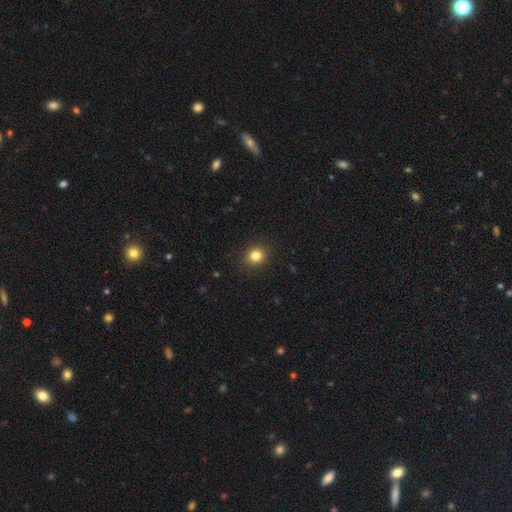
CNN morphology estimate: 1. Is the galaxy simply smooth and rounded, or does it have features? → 82% smooth, 12% star or artifact, 6% featured or disk.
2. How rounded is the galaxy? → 77% round, 22% in between, 1% cigar-shaped.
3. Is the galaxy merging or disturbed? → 90% none, 7% minor disturbance, 2% major disturbance, 1% merger.